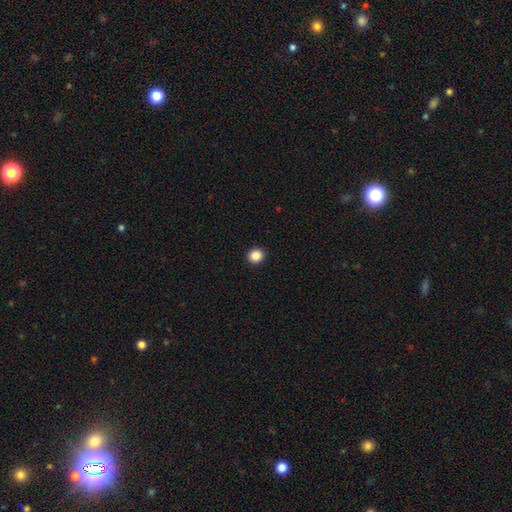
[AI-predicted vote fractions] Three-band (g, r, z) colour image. It shows a smooth galaxy with no disk features (88%) that is round (89%). Merging: none (93%).